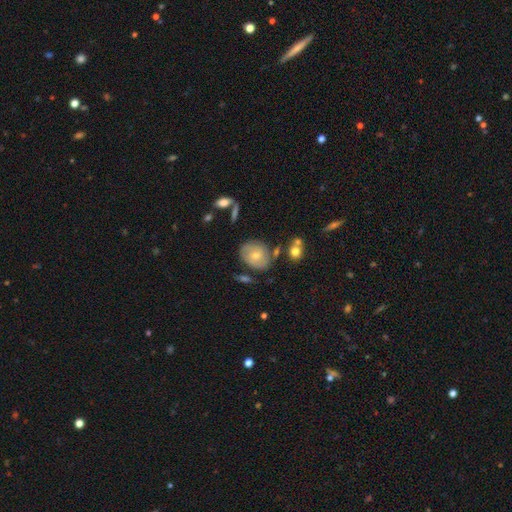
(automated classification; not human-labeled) Smooth or featured: featured or disk — 51% (smooth — 41%)
Edge-on disk: no — 95% (yes — 5%)
Merging: none — 67% (minor disturbance — 20%)